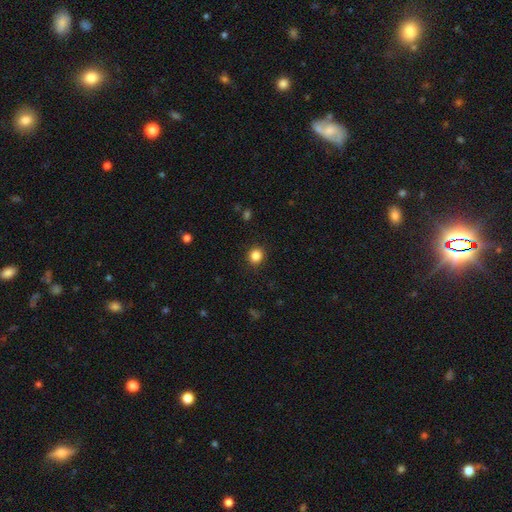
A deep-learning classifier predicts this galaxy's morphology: This is clearly a smooth galaxy (85%). How rounded: clearly round (87%). Merging: clearly none (91%).